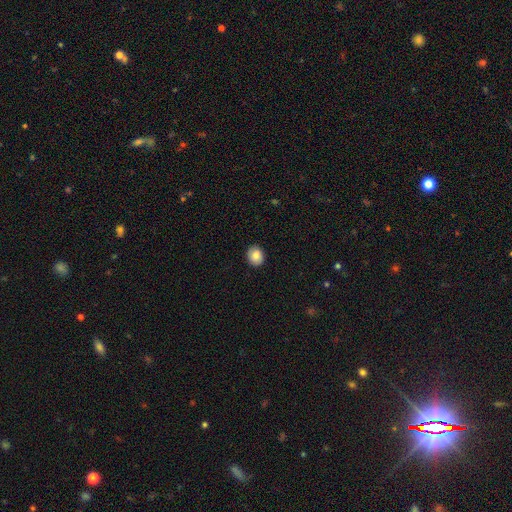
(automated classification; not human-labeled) Q: Smooth or featured?
A: smooth (85%); runner-up: star or artifact (8%)
Q: How rounded?
A: round (67%); runner-up: in between (32%)
Q: Merging?
A: none (90%); runner-up: minor disturbance (7%)